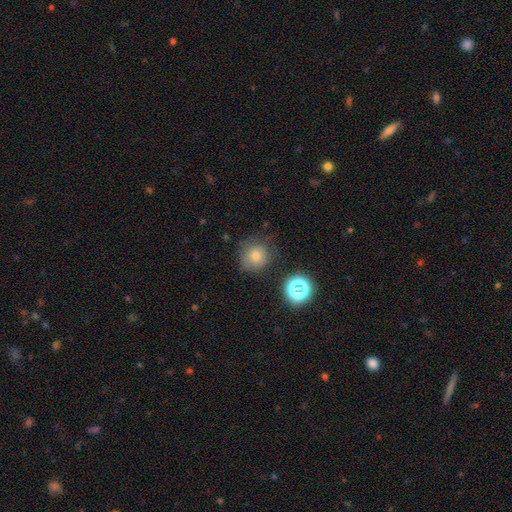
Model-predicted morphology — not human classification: A smooth galaxy with no disk features (68%) that is round (90%). Merging: none (71%).